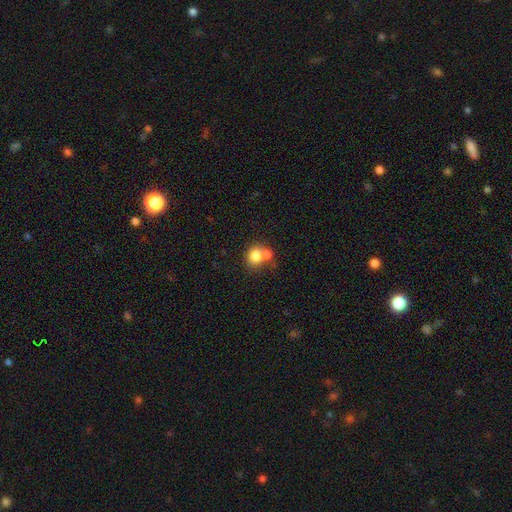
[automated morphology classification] The model was most divided on "merging": merger: 46%, none: 43%, minor disturbance: 8%, major disturbance: 3%. More confident: smooth or featured — smooth (78%); how rounded — round (76%).